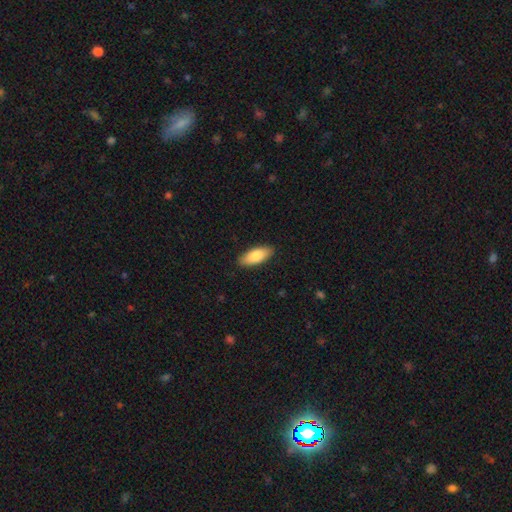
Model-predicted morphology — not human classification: Smooth or featured? Predicted: smooth (p=0.81). How rounded? Predicted: in between (p=0.80). Merging? Predicted: none (p=0.89).